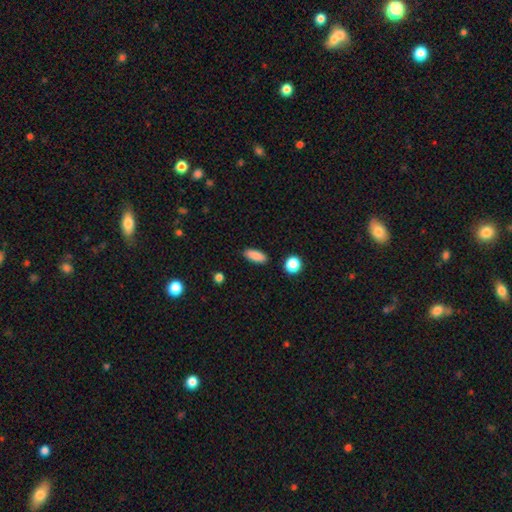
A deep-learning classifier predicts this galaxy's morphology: This appears to be a smooth galaxy with no disk features (87%) that is in between round and cigar-shaped (76%). Merging: none (88%).